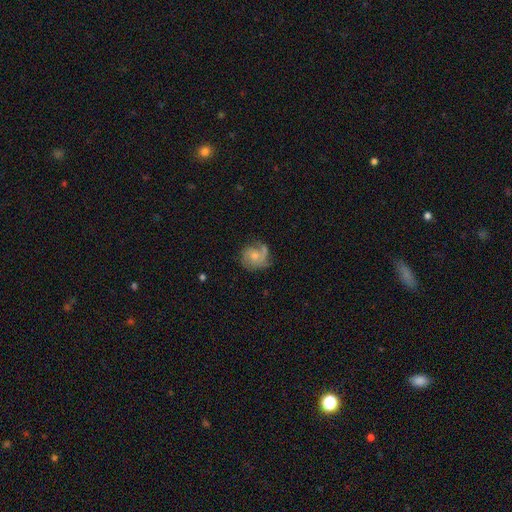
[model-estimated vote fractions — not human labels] Q: Smooth or featured?
A: featured or disk (71%); runner-up: smooth (22%)
Q: Edge-on disk?
A: no (98%); runner-up: yes (2%)
Q: Bar?
A: no (73%); runner-up: weak (24%)
Q: Spiral arms?
A: yes (92%); runner-up: no (8%)
Q: Spiral winding?
A: medium (44%); runner-up: tight (36%)
Q: Spiral arm count?
A: 2 (39%); runner-up: 3 (23%)
Q: Bulge size?
A: moderate (46%); runner-up: small (41%)
Q: Merging?
A: none (60%); runner-up: minor disturbance (23%)